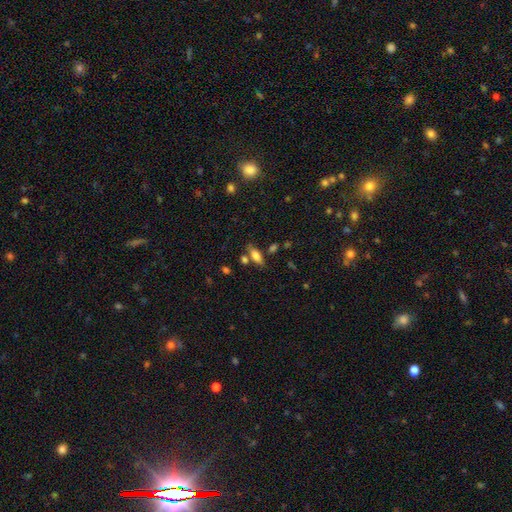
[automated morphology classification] Smooth or featured?
  - smooth: 74% *
  - featured or disk: 17%
  - star or artifact: 9%
How rounded?
  - in between: 71% *
  - cigar-shaped: 26%
  - round: 3%
Merging?
  - none: 68% *
  - minor disturbance: 14%
  - merger: 13%
  - major disturbance: 5%